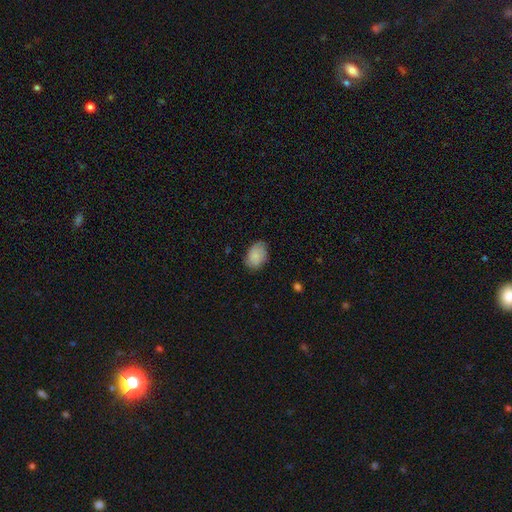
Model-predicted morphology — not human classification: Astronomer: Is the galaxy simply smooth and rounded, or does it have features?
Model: smooth — 82%.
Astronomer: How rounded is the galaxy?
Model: in between — 78%.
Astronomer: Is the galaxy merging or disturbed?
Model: none — 72%.